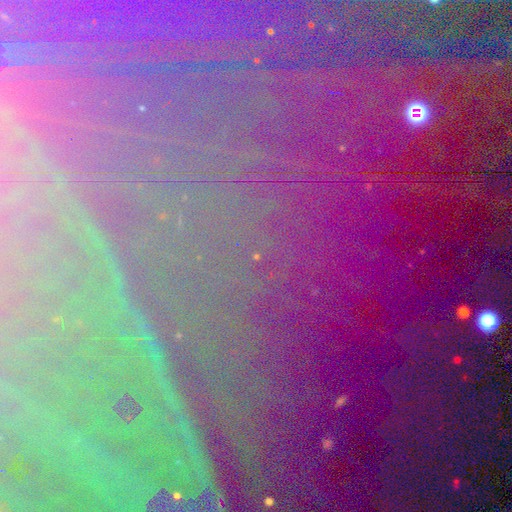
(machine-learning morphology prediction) This appears to be a star or artifact, not a galaxy (84%).